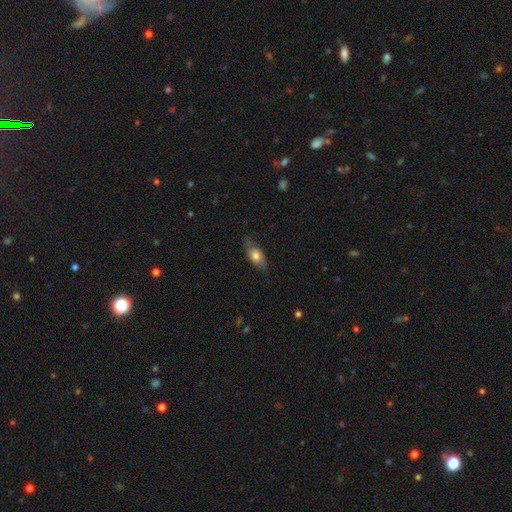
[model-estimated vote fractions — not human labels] A smooth galaxy with no disk features (69%) that is in between round and cigar-shaped (83%). Merging: none (70%).